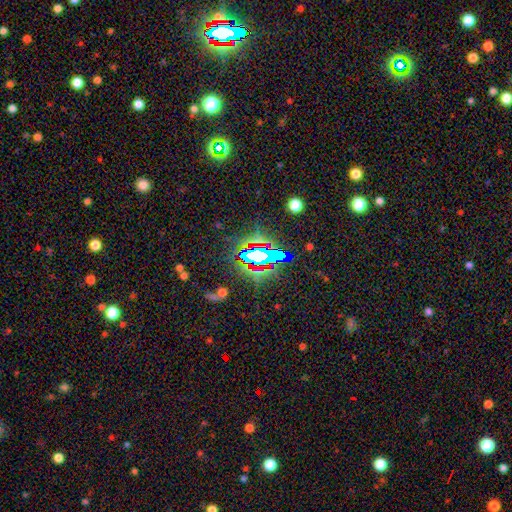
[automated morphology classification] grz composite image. It shows a star or artifact, not a galaxy (80%).